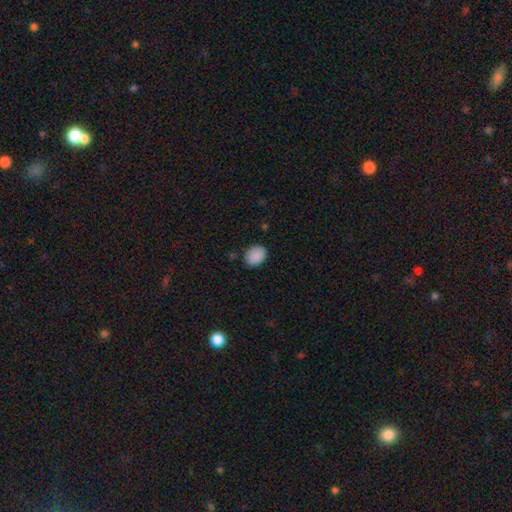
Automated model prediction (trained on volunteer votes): Smooth or featured: smooth — 89% (star or artifact — 8%)
How rounded: in between — 64% (round — 35%)
Merging: none — 83% (minor disturbance — 12%)